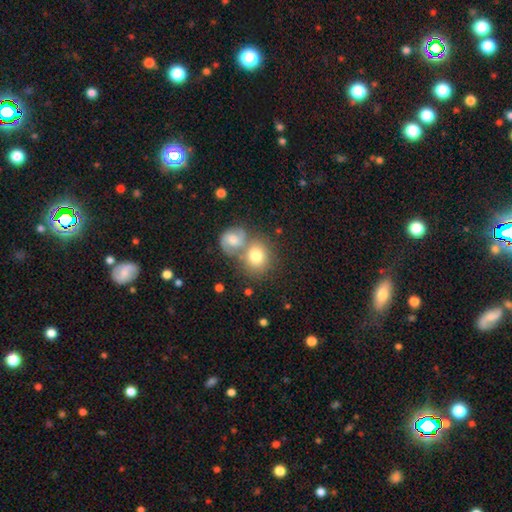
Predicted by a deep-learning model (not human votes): smooth-or-featured: smooth: 72% | featured or disk: 20% | star or artifact: 8%
  how-rounded: round: 72% | in between: 27% | cigar-shaped: 1%
  merging: merger: 47% | none: 39% | minor disturbance: 9% | major disturbance: 4%